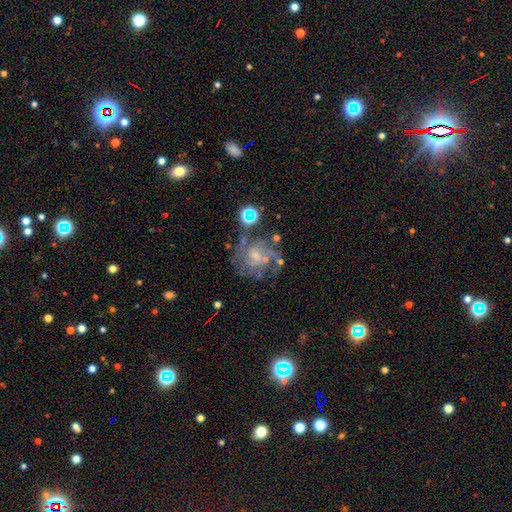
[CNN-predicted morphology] smooth-or-featured: featured or disk: 70% | smooth: 16% | star or artifact: 15%
  disk-edge-on: no: 98% | yes: 2%
    bar: no: 50% | weak: 41% | strong: 9%
    has-spiral-arms: yes: 78% | no: 22%
      spiral-winding: medium: 43% | tight: 40% | loose: 17%
      spiral-arm-count: can't tell: 44% | 2: 22% | 3: 16% | 4: 7% | 1: 6% | more than 4: 5%
    bulge-size: small: 43% | none: 27% | moderate: 26% | large: 3% | dominant: 1%
  merging: none: 55% | major disturbance: 19% | minor disturbance: 18% | merger: 8%